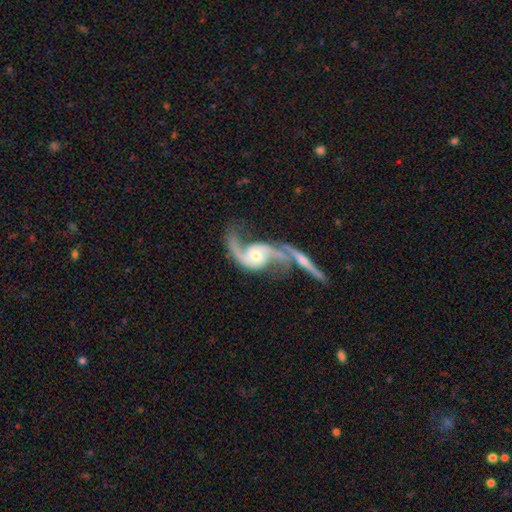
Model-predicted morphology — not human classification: The model was most divided on "bulge size": moderate: 56%, small: 36%, large: 5%, none: 2%, dominant: 1%. More confident: spiral arms — yes (96%); edge-on disk — no (95%); smooth or featured — featured or disk (90%); spiral arm count — 2 (89%); spiral winding — loose (65%); bar — no (57%); merging — merger (53%).